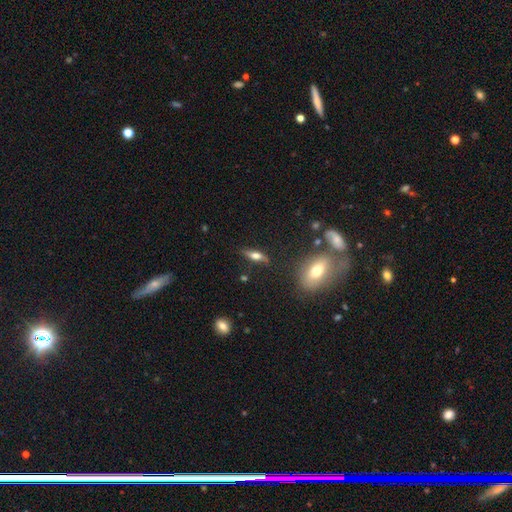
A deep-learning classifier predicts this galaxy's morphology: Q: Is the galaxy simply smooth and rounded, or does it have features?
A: featured or disk — 53%.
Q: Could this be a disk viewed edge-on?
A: yes — 89%.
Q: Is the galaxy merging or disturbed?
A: none — 79%.